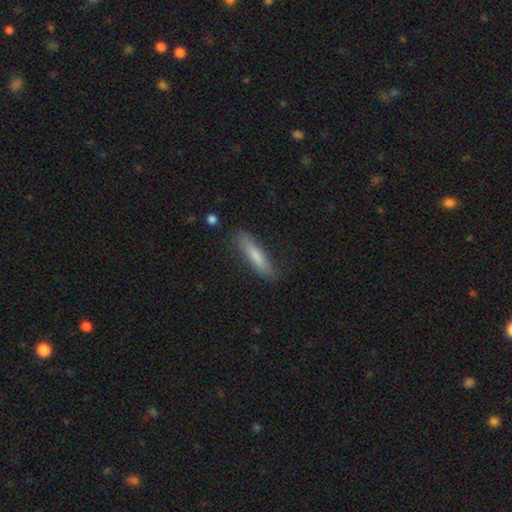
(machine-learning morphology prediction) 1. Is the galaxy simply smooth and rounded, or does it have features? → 73% smooth, 21% featured or disk, 7% star or artifact.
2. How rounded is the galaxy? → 85% cigar-shaped, 13% in between, 1% round.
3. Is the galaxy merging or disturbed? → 81% none, 15% minor disturbance, 3% major disturbance, 2% merger.